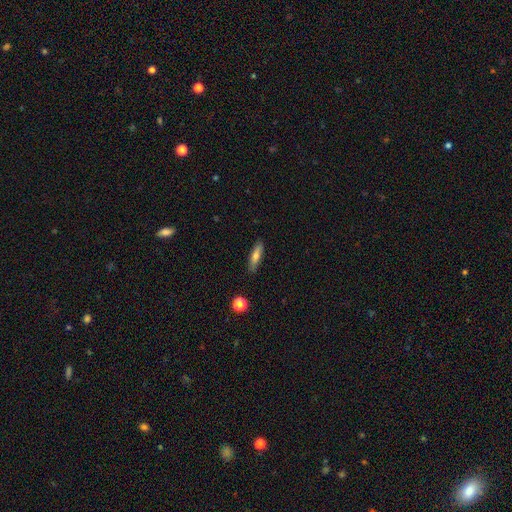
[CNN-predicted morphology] Smooth or featured? smooth (68%)
How rounded? cigar-shaped (64%)
Merging? none (86%)